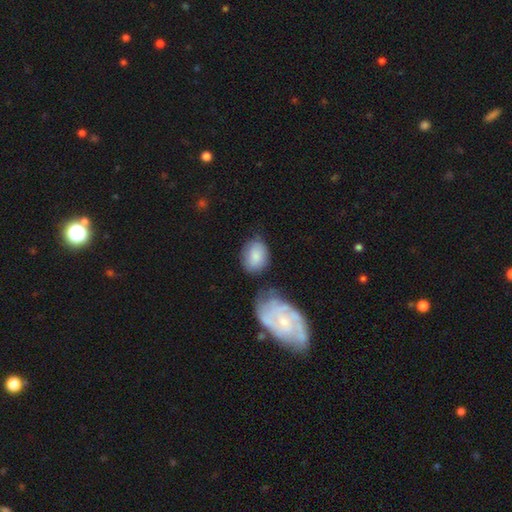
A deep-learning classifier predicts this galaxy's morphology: Overall: smooth (78%). How rounded: in between (66%; round 32%). Merging: none (61%; minor disturbance 21%).